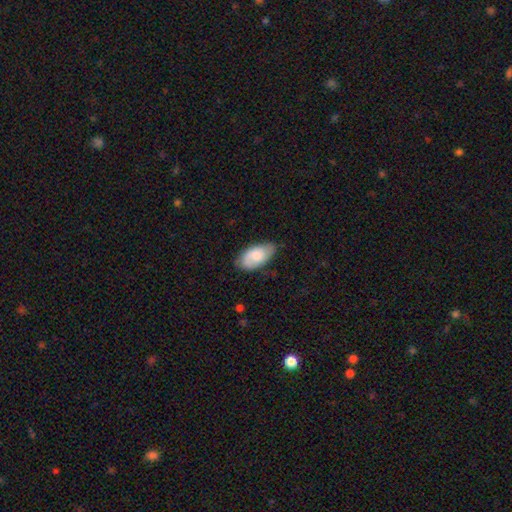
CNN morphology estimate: smooth_or_featured: smooth (p=0.68) [alt: featured or disk p=0.26]
how_rounded: in between (p=0.94) [alt: round p=0.03]
merging: none (p=0.68) [alt: minor disturbance p=0.25]